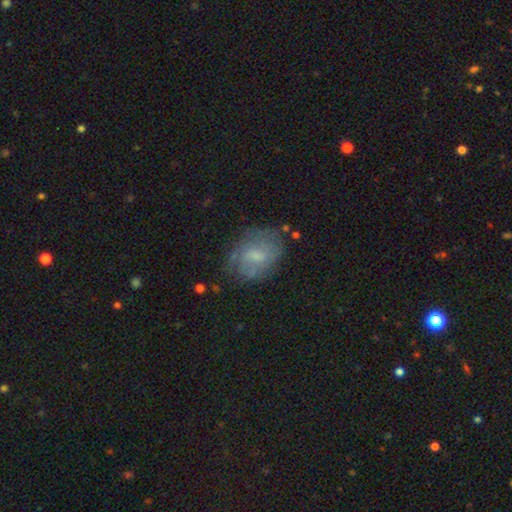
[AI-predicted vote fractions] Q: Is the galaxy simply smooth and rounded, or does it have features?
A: smooth — 46%.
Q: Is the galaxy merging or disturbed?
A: none — 65%.